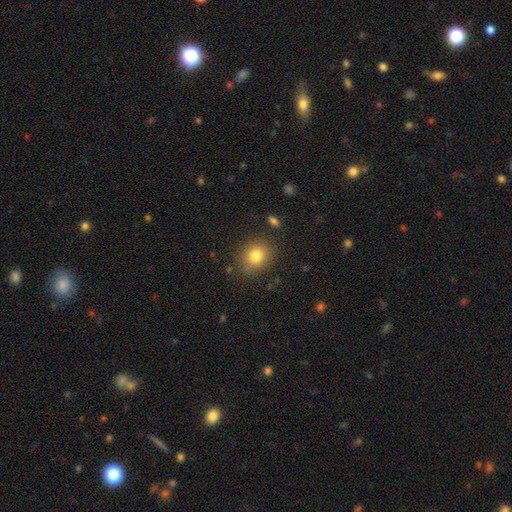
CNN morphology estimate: A smooth galaxy with no disk features (80%) that is round (68%).

Vote fractions:
- Smooth or featured? smooth: 80% / star or artifact: 11% / featured or disk: 9%
- How rounded? round: 68% / in between: 31% / cigar-shaped: 1%
- Merging? none: 83% / minor disturbance: 11% / major disturbance: 3% / merger: 2%